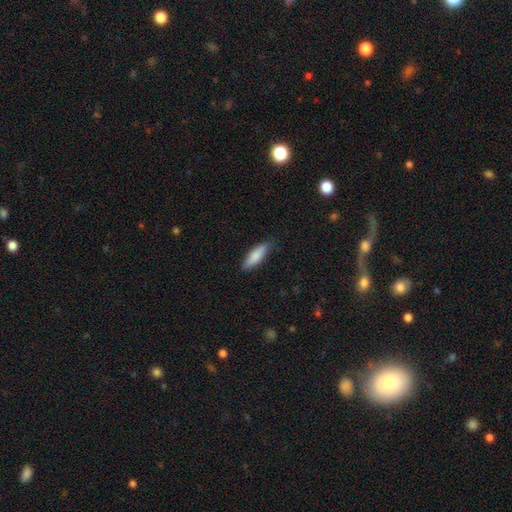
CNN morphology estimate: The model was most divided on "how rounded": cigar-shaped: 51%, in between: 47%, round: 2%. More confident: smooth or featured — smooth (83%); merging — none (82%).